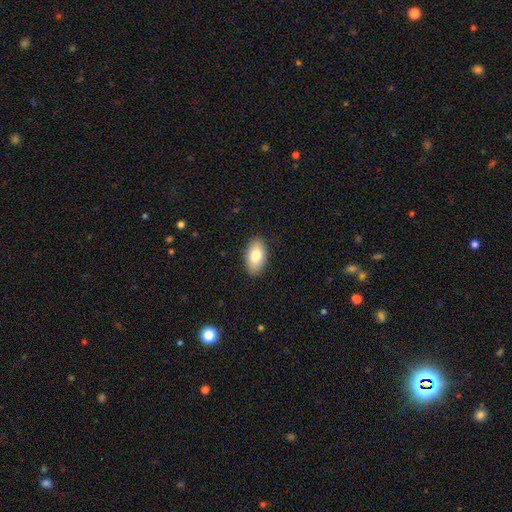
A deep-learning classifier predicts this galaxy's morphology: Q: Smooth or featured?
A: smooth (81%); runner-up: featured or disk (12%)
Q: How rounded?
A: in between (93%); runner-up: round (5%)
Q: Merging?
A: none (89%); runner-up: minor disturbance (9%)